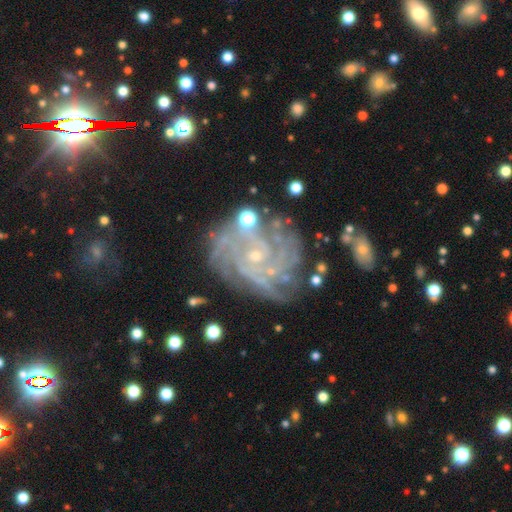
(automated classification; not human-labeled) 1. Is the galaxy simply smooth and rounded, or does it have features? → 86% featured or disk, 8% star or artifact, 5% smooth.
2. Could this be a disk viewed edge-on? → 98% no, 2% yes.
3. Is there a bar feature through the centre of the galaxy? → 70% no, 23% weak, 6% strong.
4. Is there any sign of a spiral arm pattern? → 97% yes, 3% no.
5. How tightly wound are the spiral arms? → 72% tight, 23% medium, 5% loose.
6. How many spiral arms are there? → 24% 4, 23% can't tell, 22% more than 4, 14% 3, 10% 2, 8% 1.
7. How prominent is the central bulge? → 81% small, 14% moderate, 3% none, 1% large, 1% dominant.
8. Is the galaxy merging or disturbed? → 69% none, 18% minor disturbance, 9% major disturbance, 4% merger.